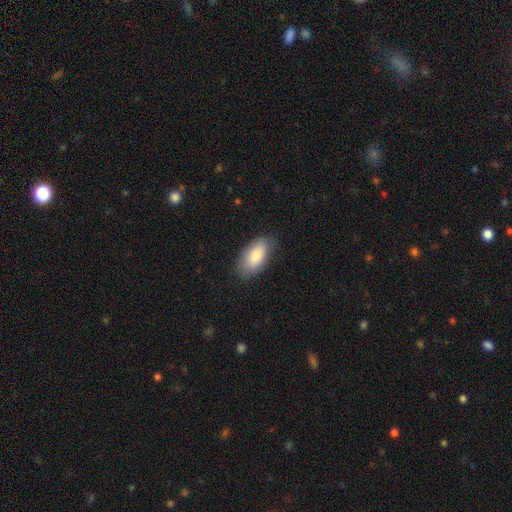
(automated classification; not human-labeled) Smooth or featured? Predicted: smooth (p=0.83). How rounded? Predicted: in between (p=0.92). Merging? Predicted: none (p=0.81).